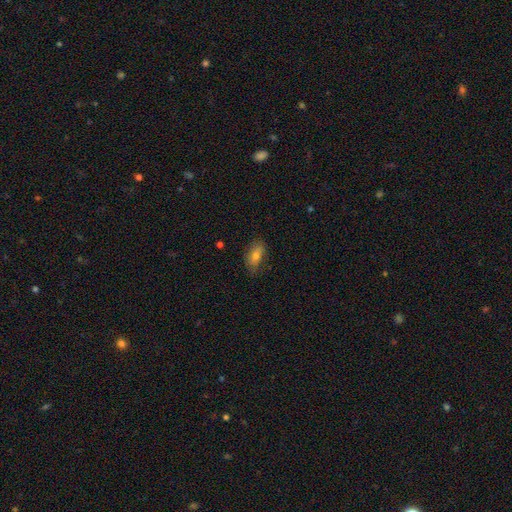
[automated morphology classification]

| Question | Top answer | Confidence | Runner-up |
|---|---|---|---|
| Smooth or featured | smooth | 67% | featured or disk (23%) |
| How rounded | in between | 84% | cigar-shaped (10%) |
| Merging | none | 77% | minor disturbance (18%) |